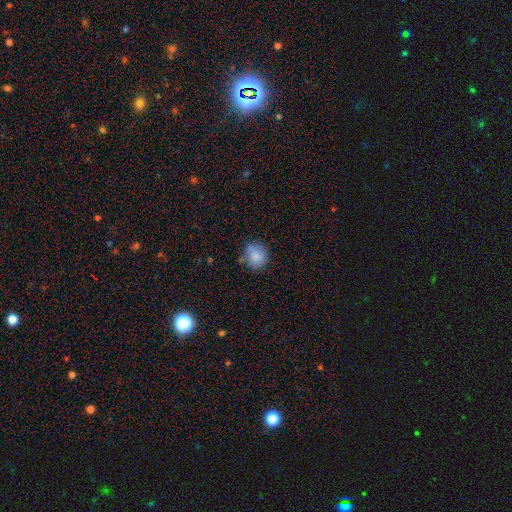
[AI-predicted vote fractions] smooth_or_featured: smooth (p=0.79) [alt: featured or disk p=0.12]
how_rounded: round (p=0.77) [alt: in between p=0.22]
merging: none (p=0.62) [alt: minor disturbance p=0.25]